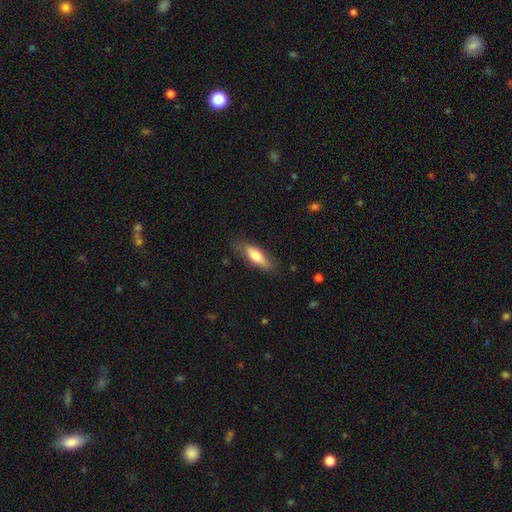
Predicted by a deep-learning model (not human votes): A smooth galaxy with no disk features (73%) that is in between round and cigar-shaped (59%). Merging: none (74%).